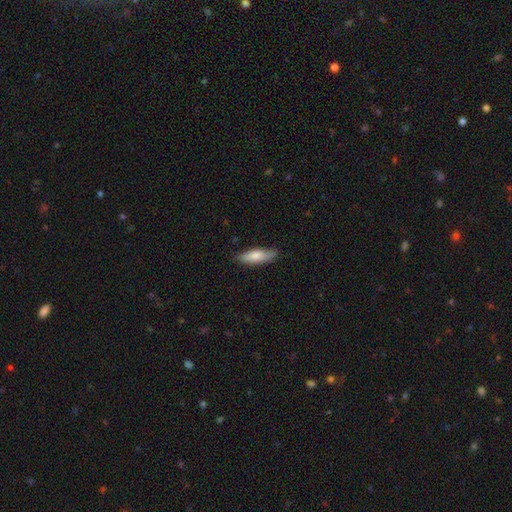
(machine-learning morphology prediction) Smooth or featured: smooth — 75% (featured or disk — 19%)
How rounded: cigar-shaped — 52% (in between — 46%)
Merging: none — 79% (minor disturbance — 17%)